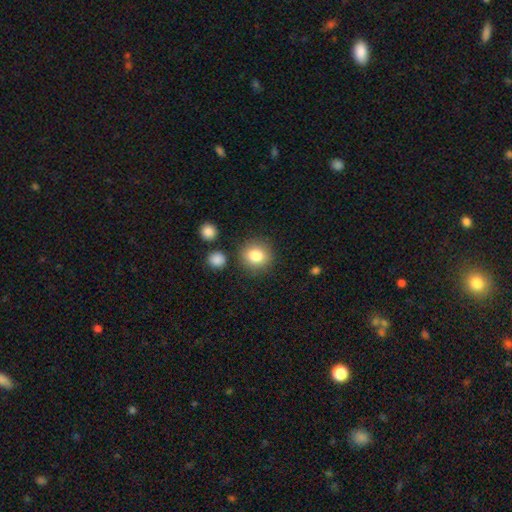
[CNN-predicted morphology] type=smooth (83%); roundness=round (88%); merging=none (84%).